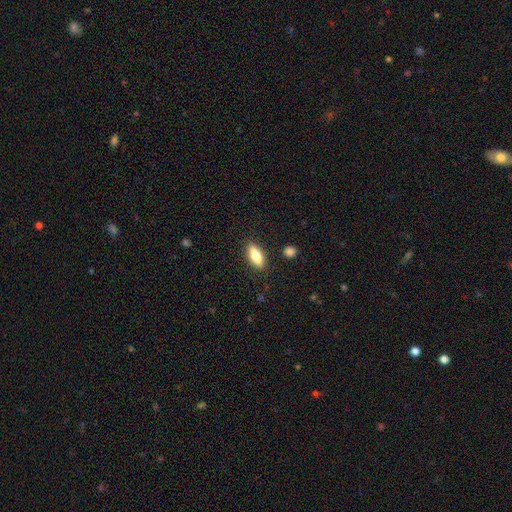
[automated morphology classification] smooth-or-featured: smooth: 77% | featured or disk: 16% | star or artifact: 7%
  how-rounded: in between: 78% | cigar-shaped: 19% | round: 3%
  merging: none: 87% | minor disturbance: 9% | major disturbance: 2% | merger: 2%